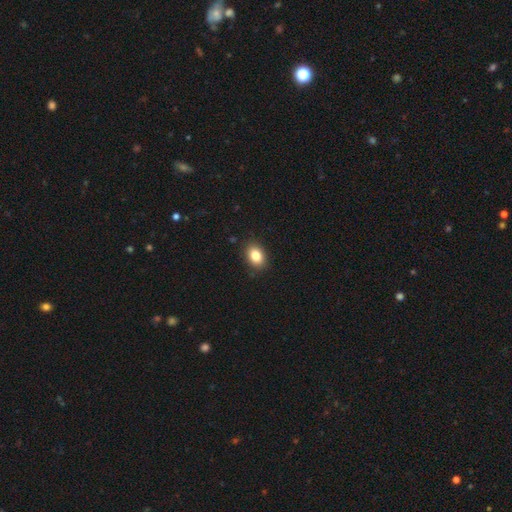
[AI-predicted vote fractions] A smooth galaxy with no disk features (83%) that is in between round and cigar-shaped (75%). Merging: none (87%).